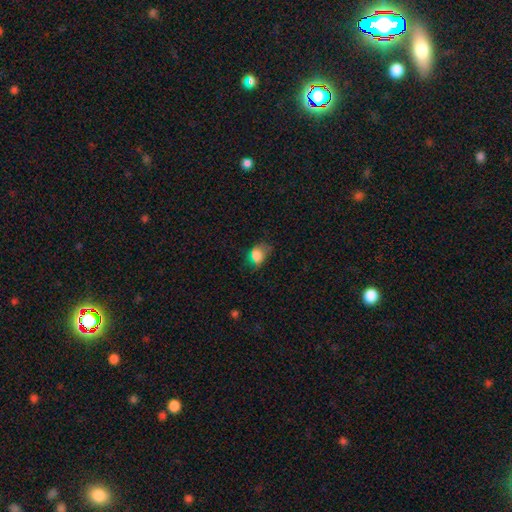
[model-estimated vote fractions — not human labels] This appears to be a smooth galaxy with no disk features (77%) that is in between round and cigar-shaped (70%). Merging: none (41%).